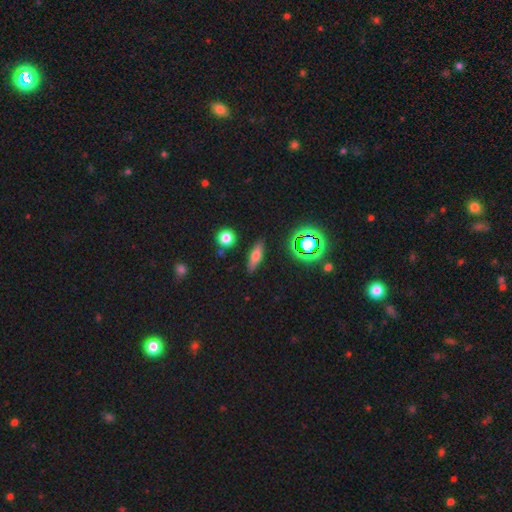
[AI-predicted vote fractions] Smooth or featured: smooth — 57% (featured or disk — 27%)
How rounded: cigar-shaped — 50% (in between — 42%)
Merging: none — 86% (minor disturbance — 10%)